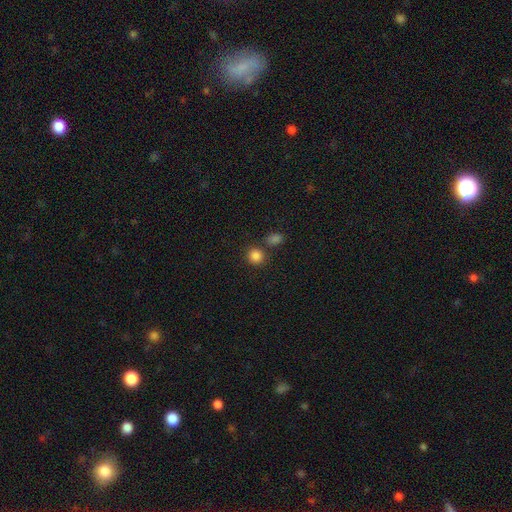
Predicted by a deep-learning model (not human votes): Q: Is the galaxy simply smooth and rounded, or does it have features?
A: smooth — 84%.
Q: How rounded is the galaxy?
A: round — 89%.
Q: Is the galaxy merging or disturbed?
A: none — 75%.